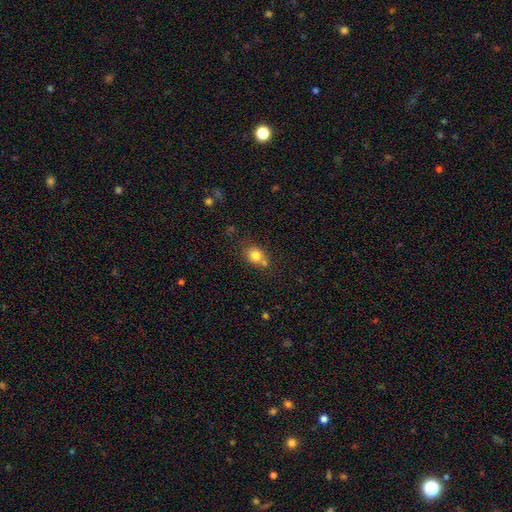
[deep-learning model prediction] smooth 80%, star or artifact 10%, featured or disk 10%. Down the decision tree: how rounded — round (54%); merging — none (59%).